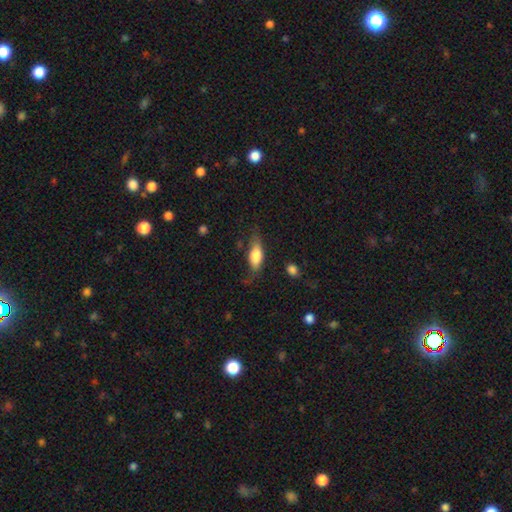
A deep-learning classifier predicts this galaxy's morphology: The model was most divided on "merging": none: 61%, minor disturbance: 26%, major disturbance: 10%, merger: 3%. More confident: how rounded — in between (75%); smooth or featured — smooth (73%).